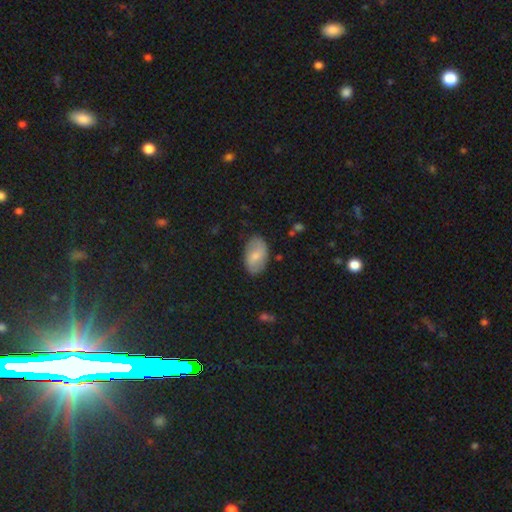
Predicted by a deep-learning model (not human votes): A smooth galaxy with no disk features (68%) that is in between round and cigar-shaped (93%). Merging: none (81%).